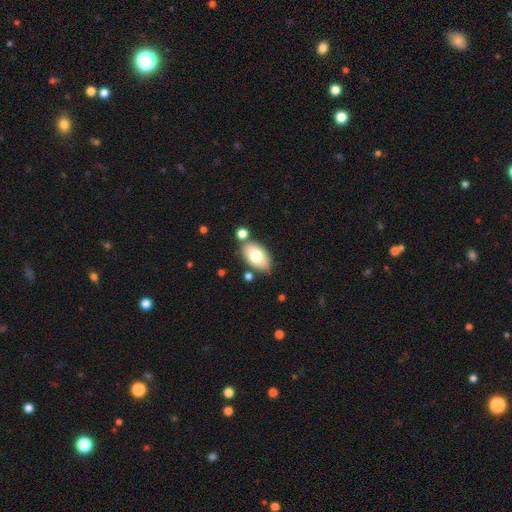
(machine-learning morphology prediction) type=smooth (73%); roundness=in between (91%); merging=none (73%).